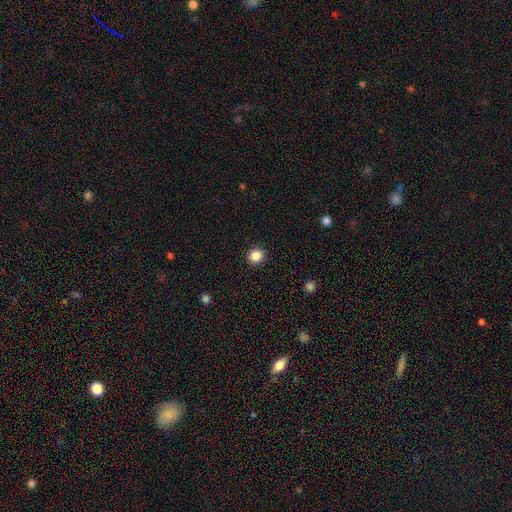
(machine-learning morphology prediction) type=smooth (86%); roundness=round (92%); merging=none (93%).